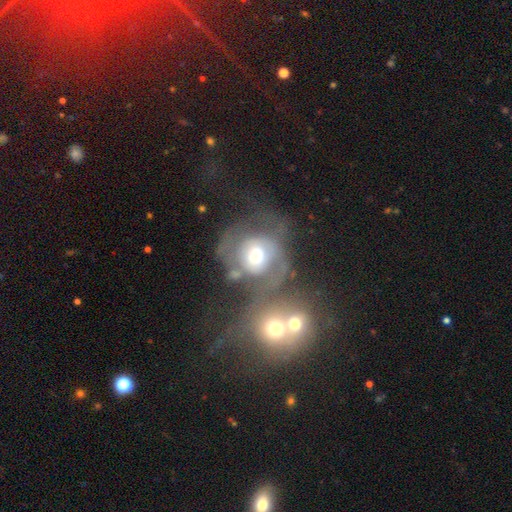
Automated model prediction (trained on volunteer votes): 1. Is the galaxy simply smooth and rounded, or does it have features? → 50% featured or disk, 40% smooth, 10% star or artifact.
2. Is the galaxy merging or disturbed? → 57% merger, 17% none, 17% major disturbance, 8% minor disturbance.